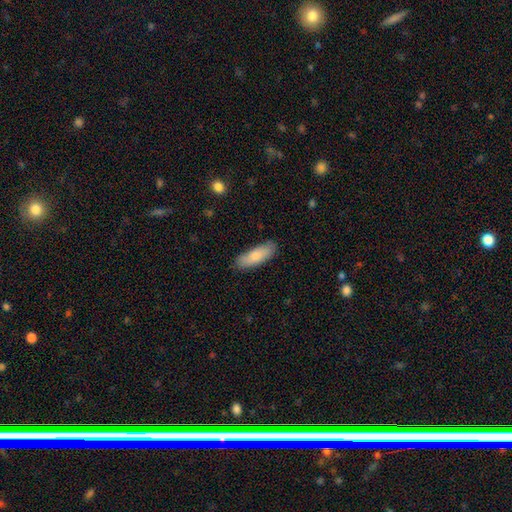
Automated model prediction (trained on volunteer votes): A smooth galaxy with no disk features (81%) that is in between round and cigar-shaped (59%).

Vote fractions:
- Smooth or featured? smooth: 81% / featured or disk: 13% / star or artifact: 5%
- How rounded? in between: 59% / cigar-shaped: 39% / round: 2%
- Merging? none: 84% / minor disturbance: 13% / major disturbance: 2% / merger: 1%